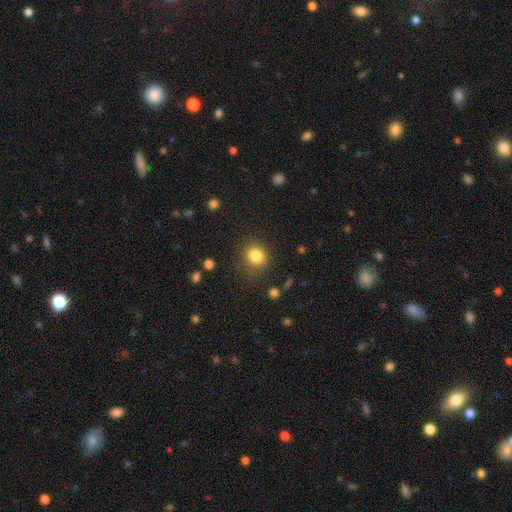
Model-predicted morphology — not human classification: This is clearly a smooth galaxy (83%). How rounded: likely round (71%). Merging: likely none (77%).